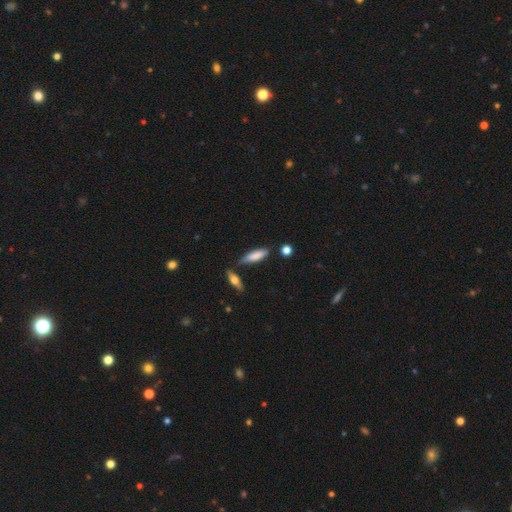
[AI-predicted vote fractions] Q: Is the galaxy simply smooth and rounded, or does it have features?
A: smooth — 79%.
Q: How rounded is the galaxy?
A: cigar-shaped — 57%.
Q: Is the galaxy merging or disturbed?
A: none — 68%.